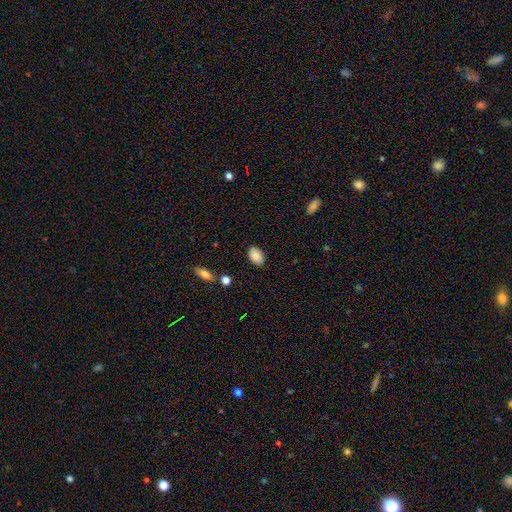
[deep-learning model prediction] smooth-or-featured: smooth: 87% | star or artifact: 8% | featured or disk: 5%
  how-rounded: in between: 88% | round: 10% | cigar-shaped: 1%
  merging: none: 86% | minor disturbance: 10% | major disturbance: 2% | merger: 2%